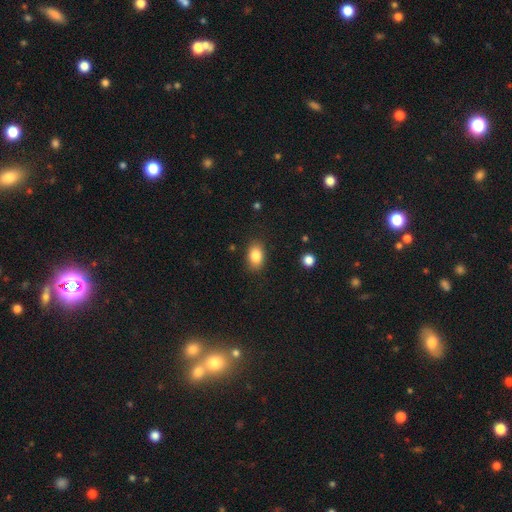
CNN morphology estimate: smooth 85%, star or artifact 8%, featured or disk 7%. Down the decision tree: how rounded — in between (83%); merging — none (85%).